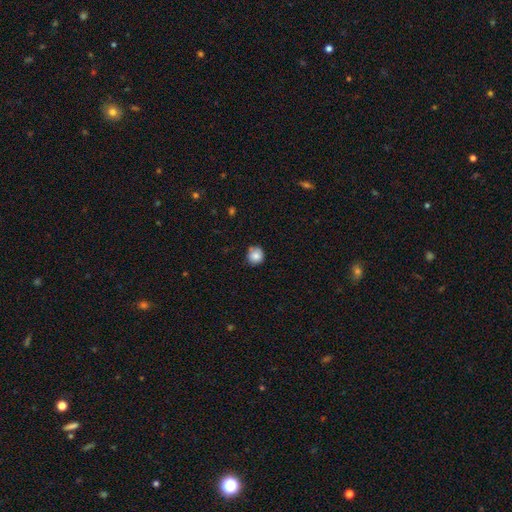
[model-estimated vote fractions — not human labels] Q: Smooth or featured?
A: smooth (83%); runner-up: star or artifact (9%)
Q: How rounded?
A: round (90%); runner-up: in between (9%)
Q: Merging?
A: none (73%); runner-up: minor disturbance (21%)